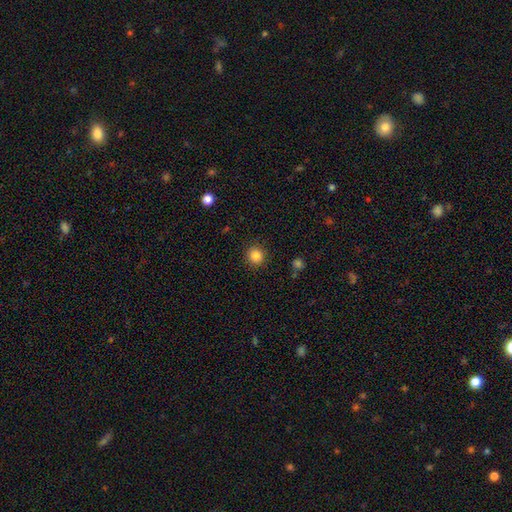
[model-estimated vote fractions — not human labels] This is clearly a smooth galaxy (85%). How rounded: clearly round (91%). Merging: clearly none (90%).